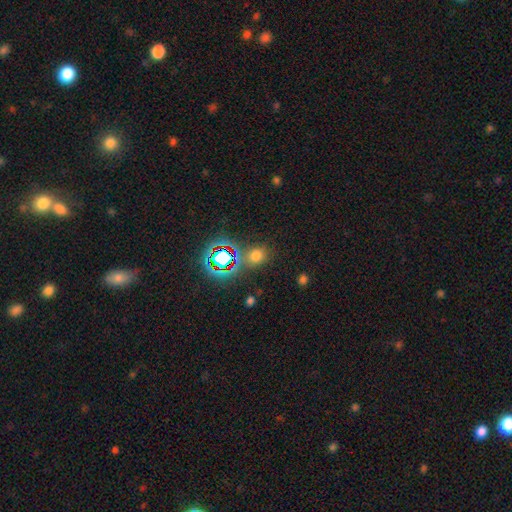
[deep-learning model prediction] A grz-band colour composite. It shows a smooth galaxy with no disk features (61%) that is round (66%). Merging: none (74%).